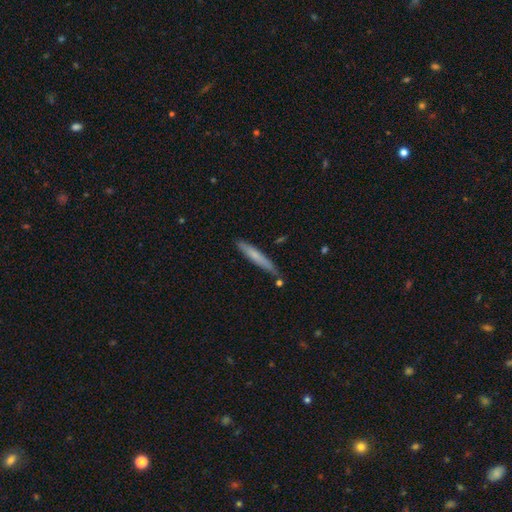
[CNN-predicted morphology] smooth 62%, featured or disk 32%, star or artifact 6%. Down the decision tree: how rounded — cigar-shaped (94%); merging — none (81%).